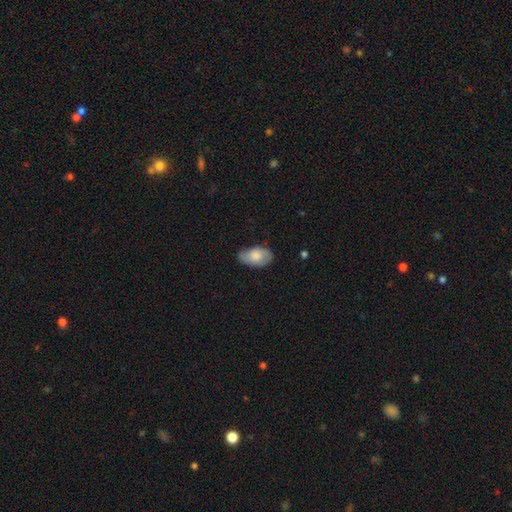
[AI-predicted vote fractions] Smooth or featured?
  - smooth: 73% *
  - featured or disk: 21%
  - star or artifact: 6%
How rounded?
  - in between: 94% *
  - round: 5%
  - cigar-shaped: 2%
Merging?
  - none: 61% *
  - minor disturbance: 31%
  - major disturbance: 7%
  - merger: 1%